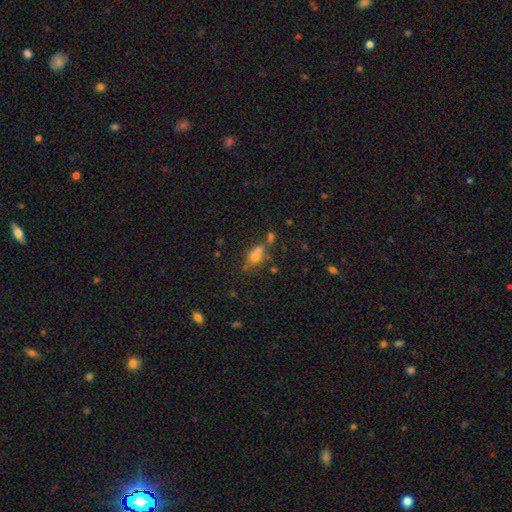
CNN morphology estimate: This appears to be a smooth galaxy with no disk features (59%) that is in between round and cigar-shaped (64%). Merging: none (45%).